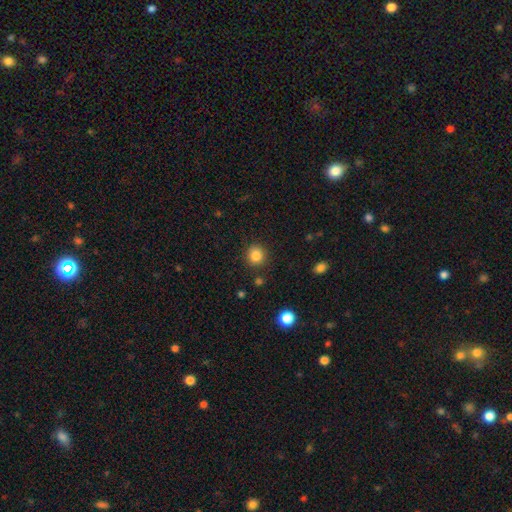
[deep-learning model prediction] smooth_or_featured: smooth (p=0.84) [alt: star or artifact p=0.11]
how_rounded: round (p=0.90) [alt: in between p=0.09]
merging: none (p=0.89) [alt: minor disturbance p=0.07]